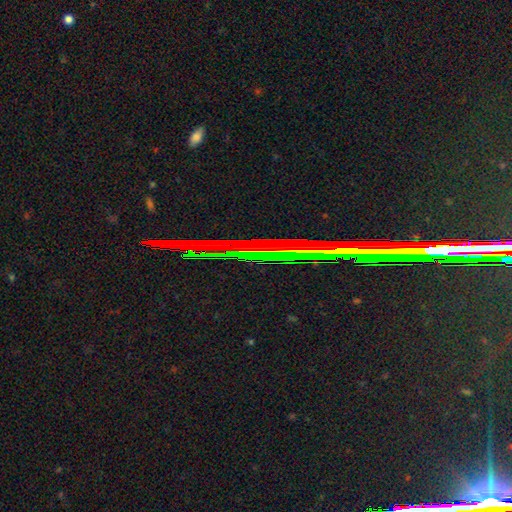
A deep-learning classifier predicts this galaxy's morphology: A star or artifact, not a galaxy (76%).

Vote fractions:
- Smooth or featured? star or artifact: 76% / featured or disk: 15% / smooth: 10%